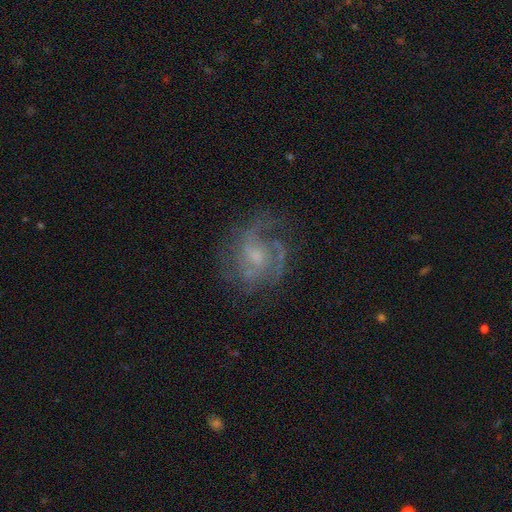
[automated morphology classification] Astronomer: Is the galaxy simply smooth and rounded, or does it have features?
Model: featured or disk — 80%.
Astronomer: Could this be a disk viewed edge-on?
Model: no — 98%.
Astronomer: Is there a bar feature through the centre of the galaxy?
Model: no — 55% (runner-up: weak, 39%).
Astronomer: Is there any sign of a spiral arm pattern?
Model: yes — 91%.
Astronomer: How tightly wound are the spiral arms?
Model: medium — 49% (runner-up: tight, 29%).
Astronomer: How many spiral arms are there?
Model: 2 — 37% (runner-up: can't tell, 24%).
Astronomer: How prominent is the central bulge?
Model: small — 45% (runner-up: moderate, 35%).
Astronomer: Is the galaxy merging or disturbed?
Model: none — 62%.